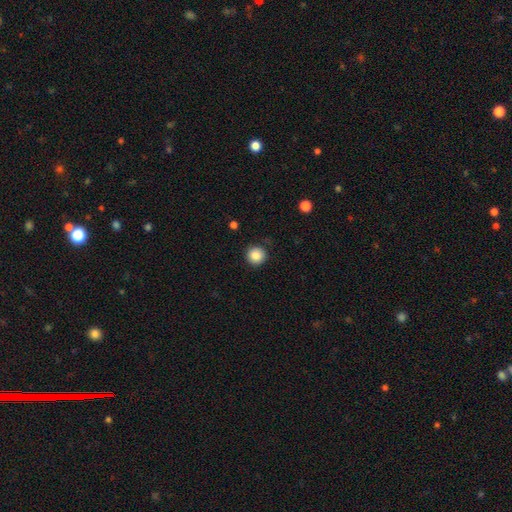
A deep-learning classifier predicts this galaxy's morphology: Smooth or featured? Predicted: smooth (p=0.86). How rounded? Predicted: round (p=0.94). Merging? Predicted: none (p=0.87).